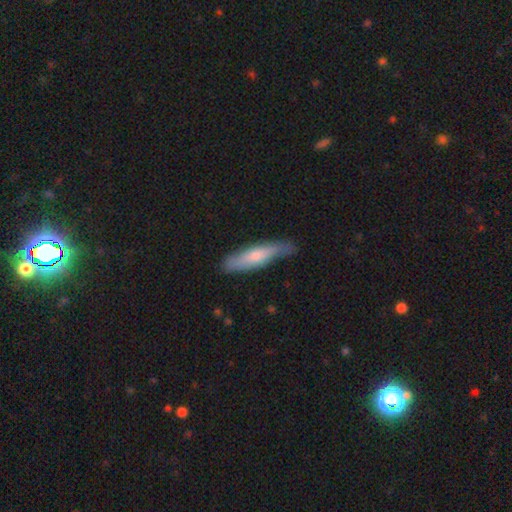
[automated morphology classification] Smooth or featured: smooth — 64% (featured or disk — 30%)
How rounded: cigar-shaped — 79% (in between — 19%)
Merging: none — 76% (minor disturbance — 19%)